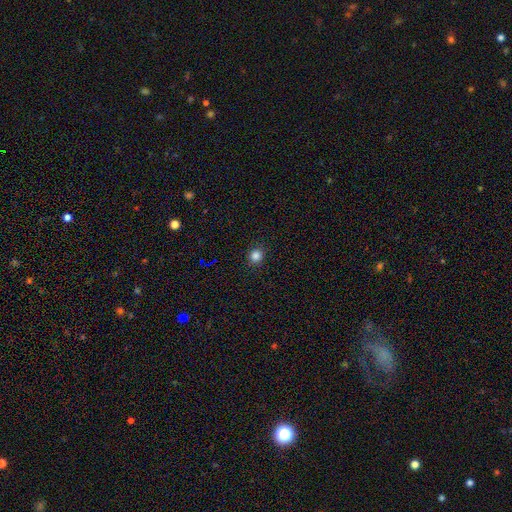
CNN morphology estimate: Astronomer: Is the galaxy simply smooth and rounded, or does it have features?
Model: smooth — 84%.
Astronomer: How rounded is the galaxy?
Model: round — 91%.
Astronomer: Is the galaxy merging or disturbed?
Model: none — 91%.